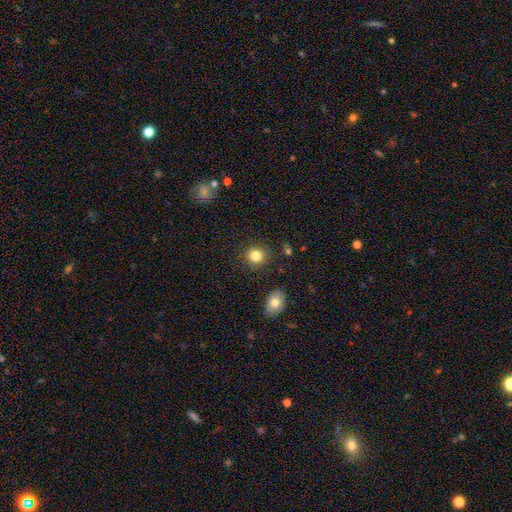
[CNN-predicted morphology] Smooth or featured: smooth — 84% (star or artifact — 10%)
How rounded: round — 84% (in between — 15%)
Merging: none — 87% (minor disturbance — 8%)